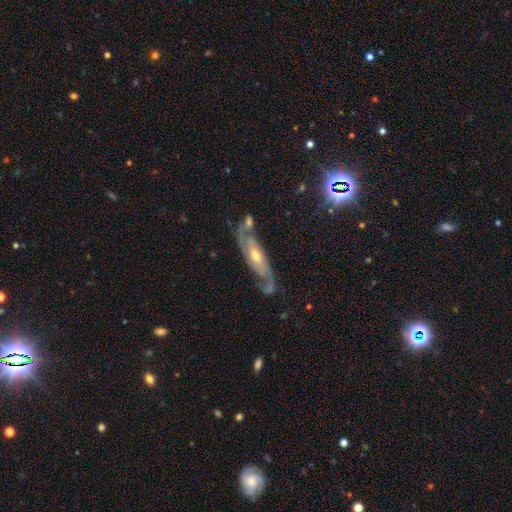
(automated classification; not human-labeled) This appears to be a featured or disk galaxy (79%) with no bar (61%), 2 (77%) medium (43%) spiral arms (91%) and a moderate central bulge (55%). Merging: none (70%).